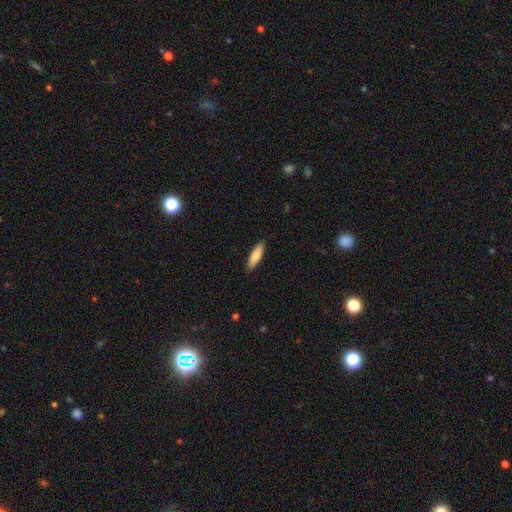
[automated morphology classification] Smooth or featured?
  - smooth: 76% *
  - featured or disk: 19%
  - star or artifact: 6%
How rounded?
  - cigar-shaped: 56% *
  - in between: 42%
  - round: 2%
Merging?
  - none: 89% *
  - minor disturbance: 9%
  - major disturbance: 2%
  - merger: 1%